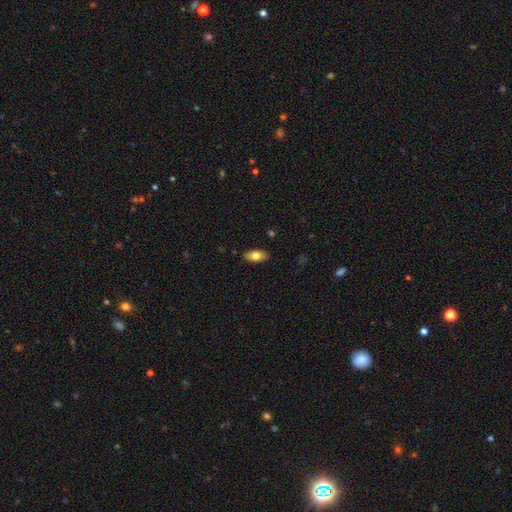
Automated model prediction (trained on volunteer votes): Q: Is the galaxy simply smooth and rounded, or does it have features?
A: smooth — 78%.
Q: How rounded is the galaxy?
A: in between — 89%.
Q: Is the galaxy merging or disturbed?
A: none — 87%.